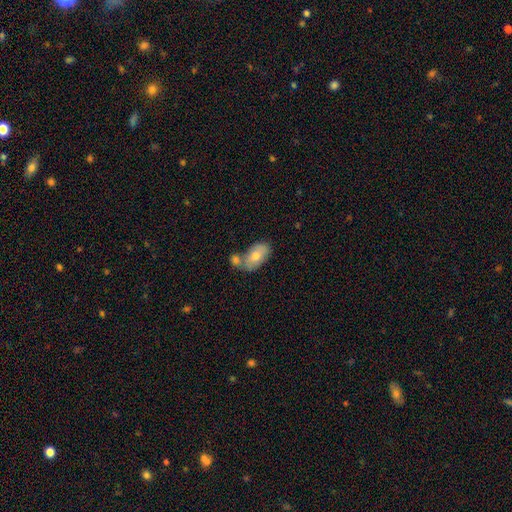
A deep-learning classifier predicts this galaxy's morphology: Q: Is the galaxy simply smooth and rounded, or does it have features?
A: smooth — 69%.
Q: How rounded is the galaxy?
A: in between — 92%.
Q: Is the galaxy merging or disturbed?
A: none — 47%.